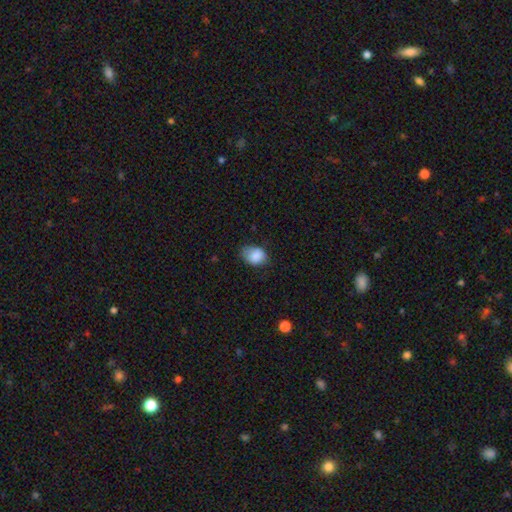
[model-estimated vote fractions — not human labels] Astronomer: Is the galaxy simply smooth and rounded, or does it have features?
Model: smooth — 85%.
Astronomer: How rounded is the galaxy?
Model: in between — 62%.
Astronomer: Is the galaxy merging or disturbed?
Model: none — 57% (runner-up: minor disturbance, 33%).